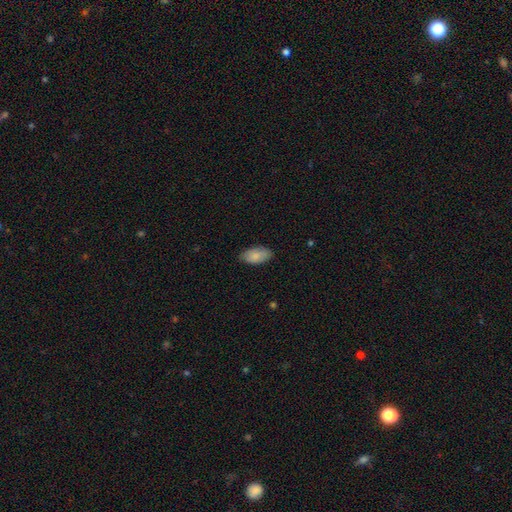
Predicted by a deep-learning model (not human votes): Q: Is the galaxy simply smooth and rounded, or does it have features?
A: smooth — 86%.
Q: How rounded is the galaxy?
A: in between — 94%.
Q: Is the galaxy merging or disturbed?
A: none — 82%.